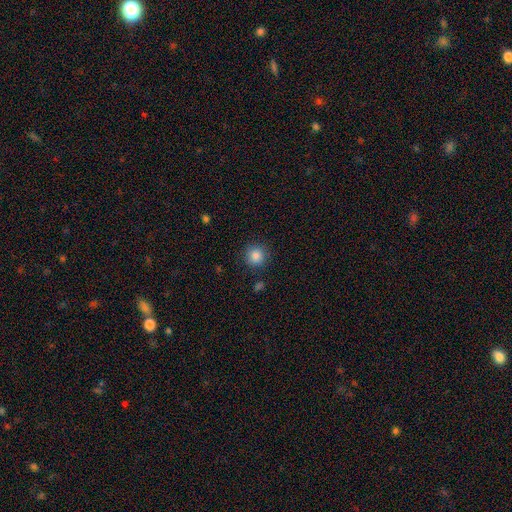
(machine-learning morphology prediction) This is clearly a smooth galaxy (85%). How rounded: clearly round (93%). Merging: clearly none (89%).